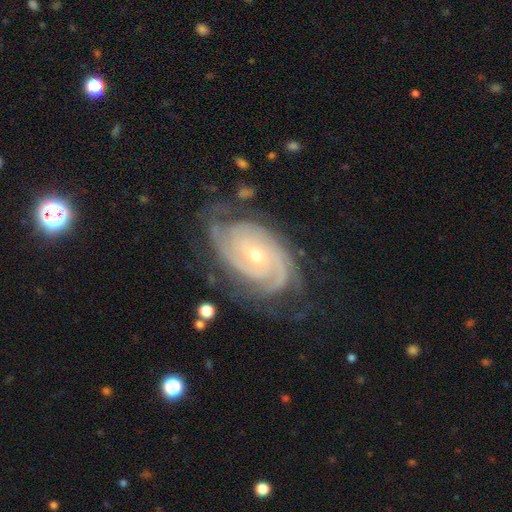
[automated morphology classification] smooth_or_featured: featured or disk (p=0.91) [alt: star or artifact p=0.05]
disk_edge_on: no (p=0.96) [alt: yes p=0.04]
bar: no (p=0.66) [alt: weak p=0.26]
has_spiral_arms: yes (p=0.98) [alt: no p=0.02]
spiral_winding: tight (p=0.79) [alt: medium p=0.18]
spiral_arm_count: 3 (p=0.30) [alt: 2 p=0.28]
bulge_size: small (p=0.53) [alt: moderate p=0.44]
merging: none (p=0.70) [alt: minor disturbance p=0.21]